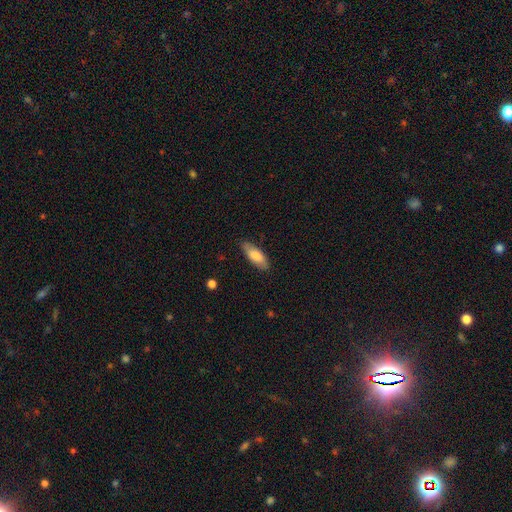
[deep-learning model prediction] smooth_or_featured: smooth (p=0.80) [alt: featured or disk p=0.14]
how_rounded: in between (p=0.71) [alt: cigar-shaped p=0.27]
merging: none (p=0.84) [alt: minor disturbance p=0.12]